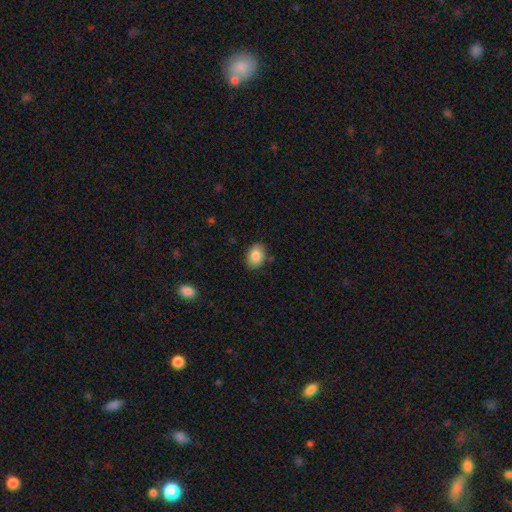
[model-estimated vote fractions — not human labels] Overall: smooth (85%). How rounded: in between (79%). Merging: none (85%).